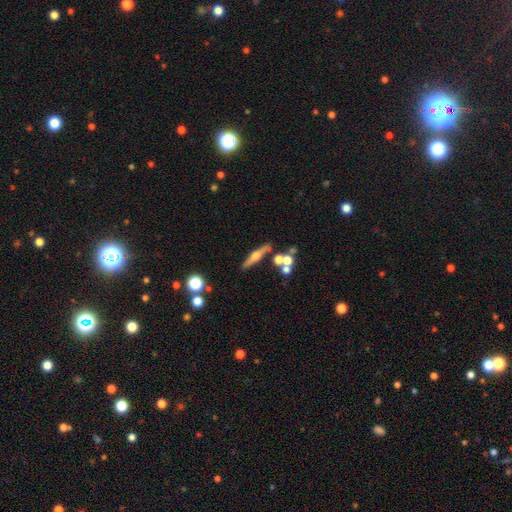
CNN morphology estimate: The model was most divided on "smooth or featured": featured or disk: 68%, smooth: 24%, star or artifact: 8%. More confident: edge-on disk — yes (94%); edge-on bulge — rounded (93%); merging — none (75%).